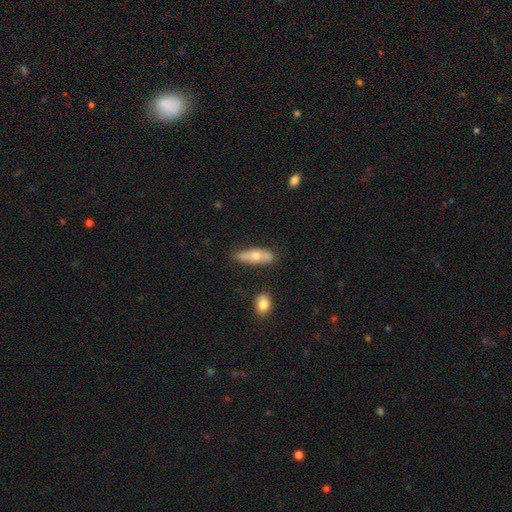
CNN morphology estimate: smooth-or-featured: smooth: 53% | featured or disk: 40% | star or artifact: 7%
  how-rounded: cigar-shaped: 51% | in between: 46% | round: 3%
  merging: none: 77% | minor disturbance: 16% | major disturbance: 3% | merger: 3%